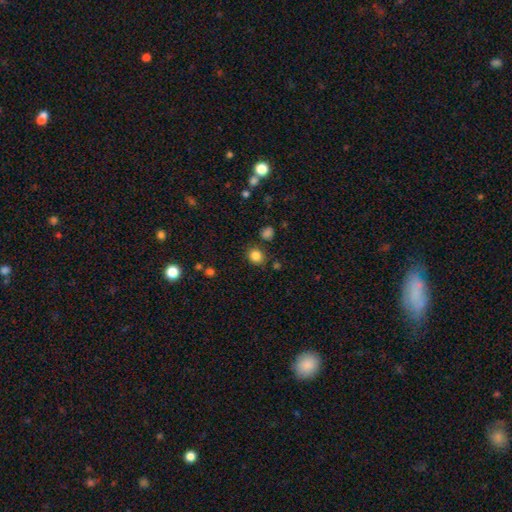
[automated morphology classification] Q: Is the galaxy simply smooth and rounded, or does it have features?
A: smooth — 84%.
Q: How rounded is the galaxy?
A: round — 76%.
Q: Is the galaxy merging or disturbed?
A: none — 82%.